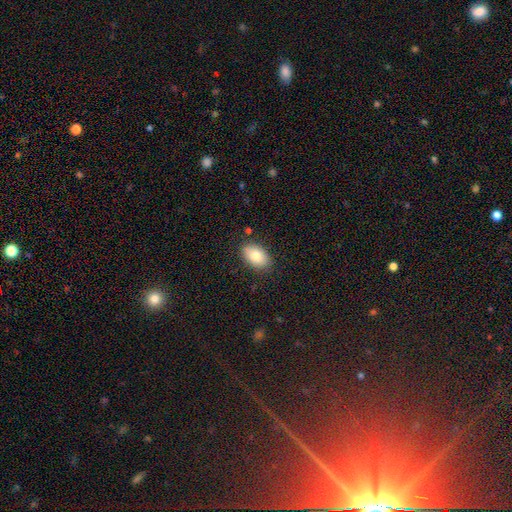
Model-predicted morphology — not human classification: Smooth or featured? smooth (81%)
How rounded? in between (91%)
Merging? none (86%)